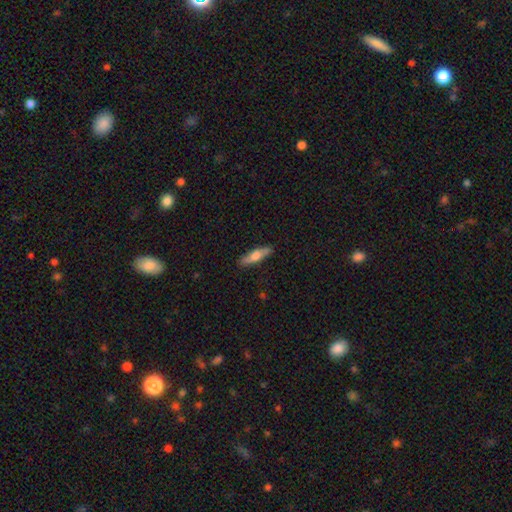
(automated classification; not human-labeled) A smooth galaxy with no disk features (60%) that is cigar-shaped (72%). Merging: none (85%).